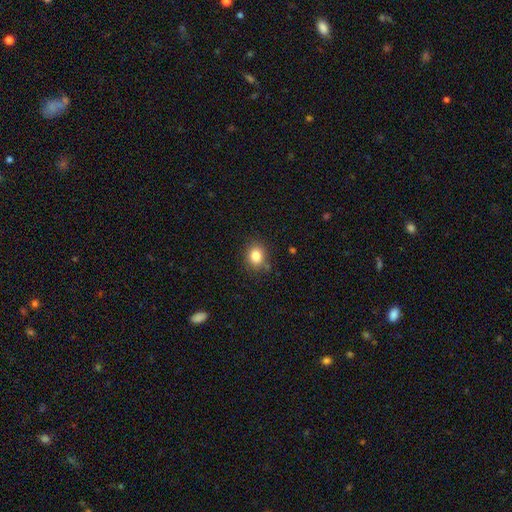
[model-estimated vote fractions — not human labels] Smooth or featured? Predicted: smooth (p=0.83). How rounded? Predicted: round (p=0.59). Merging? Predicted: none (p=0.79).